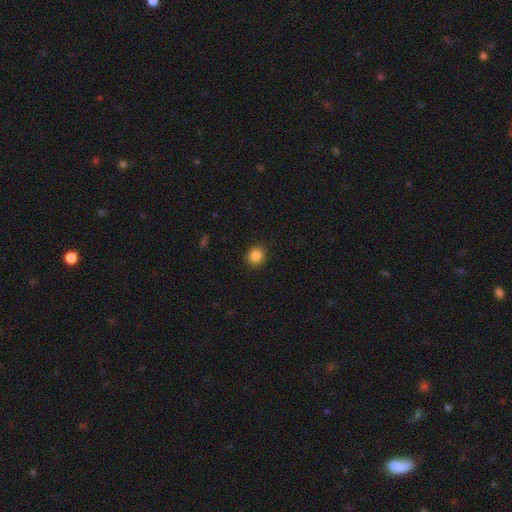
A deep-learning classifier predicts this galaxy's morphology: Q: Smooth or featured?
A: smooth (85%); runner-up: star or artifact (11%)
Q: How rounded?
A: round (81%); runner-up: in between (18%)
Q: Merging?
A: none (90%); runner-up: minor disturbance (7%)